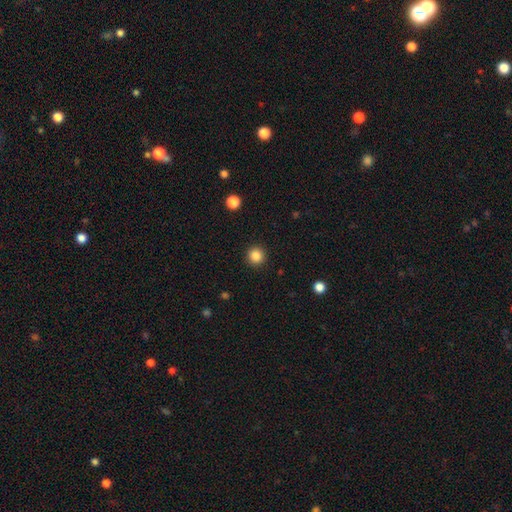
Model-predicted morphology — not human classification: Smooth or featured? smooth (86%)
How rounded? round (95%)
Merging? none (93%)